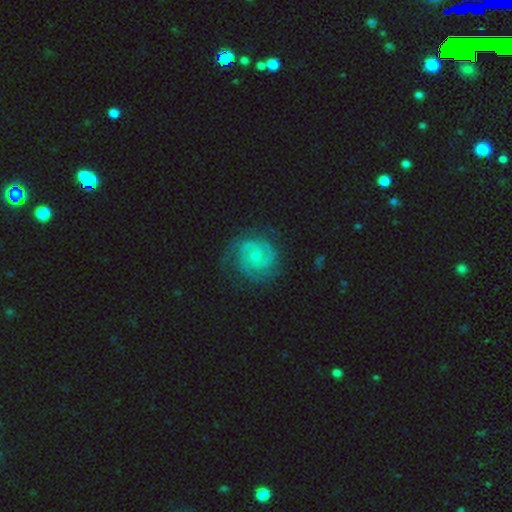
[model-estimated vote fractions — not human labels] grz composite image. It shows a featured or disk galaxy (88%) with no bar (66%), 2 (71%) tight (65%) spiral arms (98%) and a small central bulge (68%). Merging: none (78%).